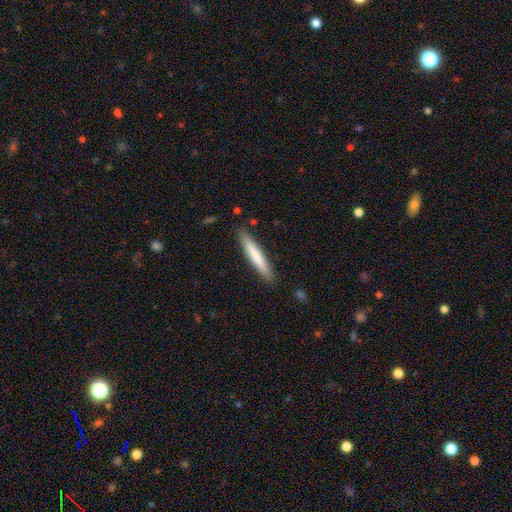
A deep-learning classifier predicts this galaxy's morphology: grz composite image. It shows a smooth galaxy with no disk features (71%) that is cigar-shaped (94%). Merging: none (89%).